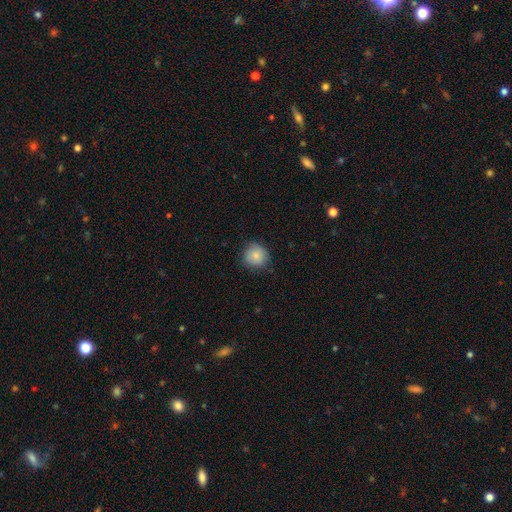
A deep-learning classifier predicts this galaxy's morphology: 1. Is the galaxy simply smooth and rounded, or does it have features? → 82% smooth, 9% featured or disk, 8% star or artifact.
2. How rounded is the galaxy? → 92% round, 7% in between, 1% cigar-shaped.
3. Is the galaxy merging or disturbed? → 81% none, 15% minor disturbance, 3% major disturbance, 1% merger.